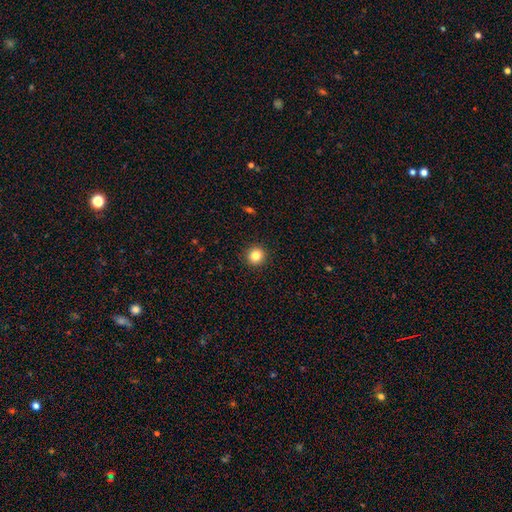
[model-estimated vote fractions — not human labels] This appears to be a smooth galaxy with no disk features (83%) that is round (94%). Merging: none (93%).